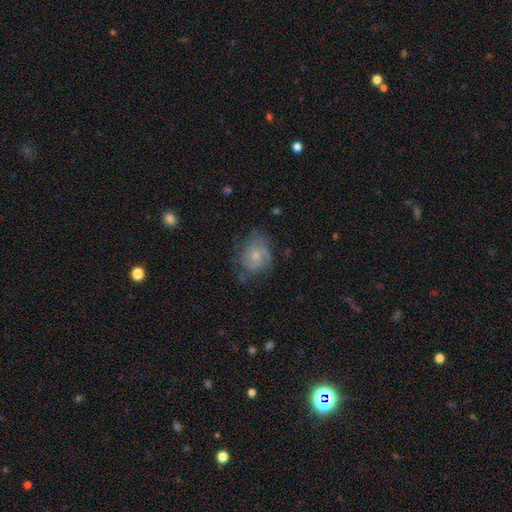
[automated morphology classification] Q: Smooth or featured?
A: featured or disk (46%); runner-up: smooth (45%)
Q: Merging?
A: none (54%); runner-up: minor disturbance (28%)